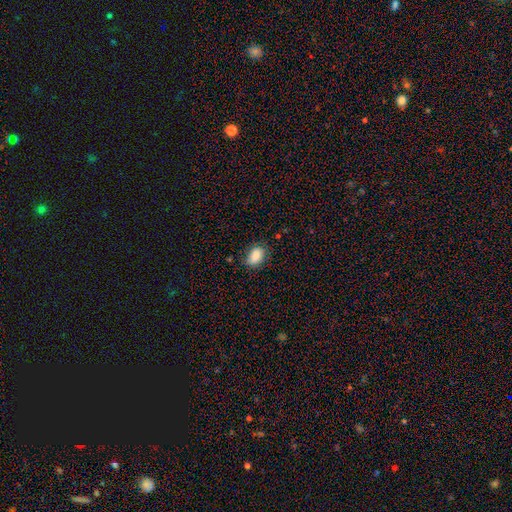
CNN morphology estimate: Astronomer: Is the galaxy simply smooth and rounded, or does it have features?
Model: smooth — 84%.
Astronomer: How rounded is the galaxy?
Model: in between — 83%.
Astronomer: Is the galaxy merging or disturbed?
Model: none — 78%.